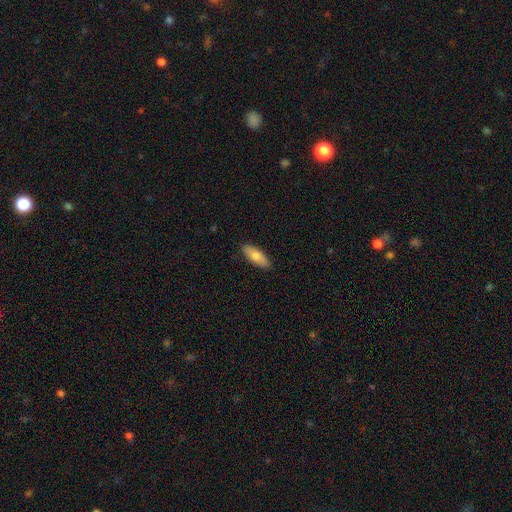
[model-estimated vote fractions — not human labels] smooth-or-featured: smooth: 74% | featured or disk: 21% | star or artifact: 6%
  how-rounded: in between: 72% | cigar-shaped: 26% | round: 2%
  merging: none: 89% | minor disturbance: 8% | major disturbance: 2% | merger: 1%